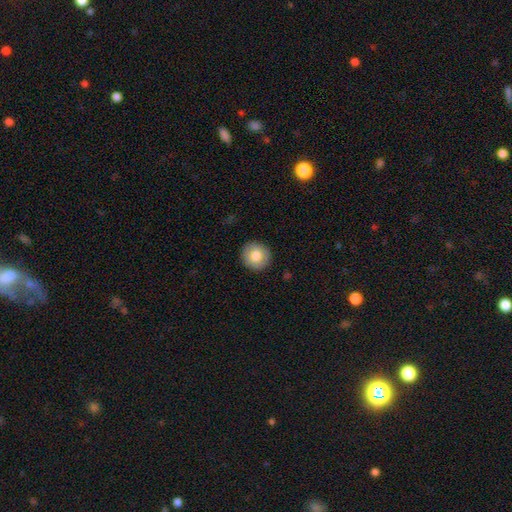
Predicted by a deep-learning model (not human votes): smooth-or-featured: smooth: 80% | featured or disk: 12% | star or artifact: 8%
  how-rounded: round: 91% | in between: 8% | cigar-shaped: 1%
  merging: none: 91% | minor disturbance: 7% | major disturbance: 2% | merger: 1%